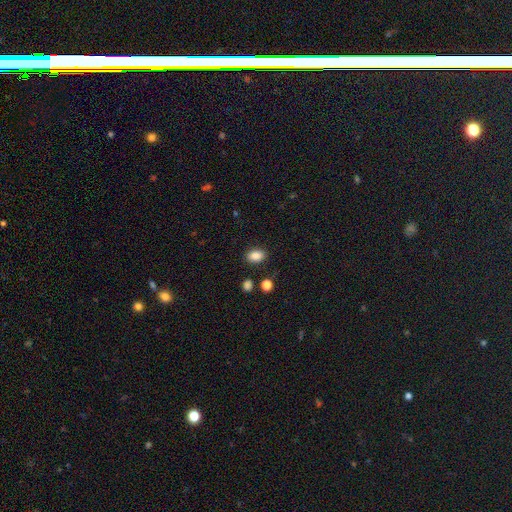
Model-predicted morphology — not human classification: Smooth or featured? Predicted: smooth (p=0.87). How rounded? Predicted: in between (p=0.82). Merging? Predicted: none (p=0.86).